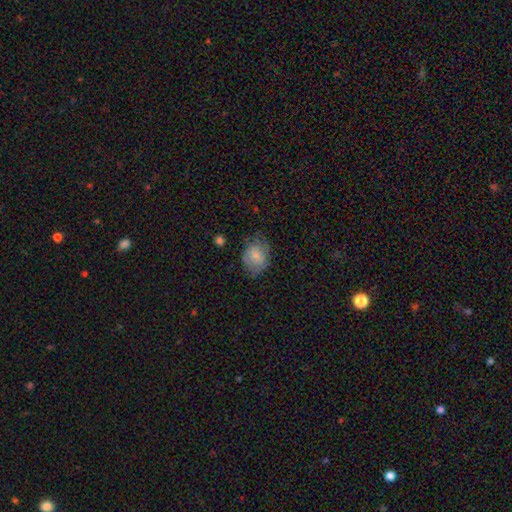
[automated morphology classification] smooth-or-featured: smooth: 71% | featured or disk: 22% | star or artifact: 8%
  how-rounded: in between: 52% | round: 47% | cigar-shaped: 1%
  merging: none: 60% | minor disturbance: 27% | major disturbance: 12% | merger: 1%